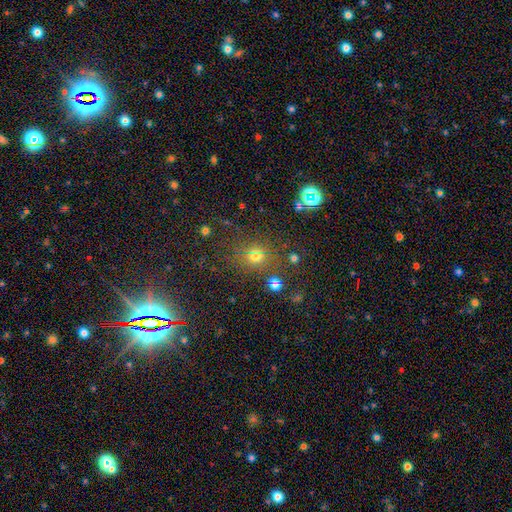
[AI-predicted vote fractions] Smooth or featured? Predicted: smooth (p=0.56). How rounded? Predicted: round (p=0.73). Merging? Predicted: none (p=0.73).